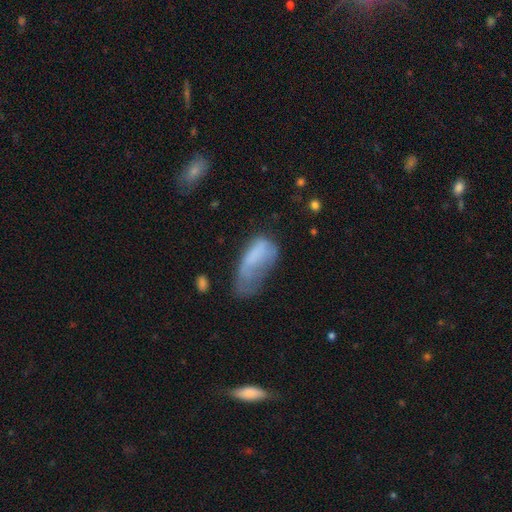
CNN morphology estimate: type=smooth (65%); roundness=in between (85%); merging=major disturbance (47%).